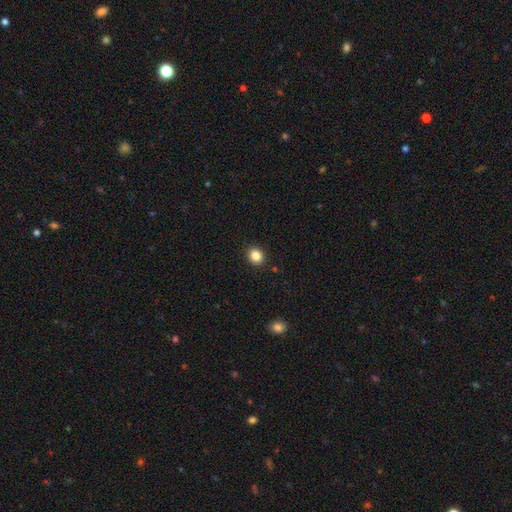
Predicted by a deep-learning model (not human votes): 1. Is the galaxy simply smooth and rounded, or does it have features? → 85% smooth, 10% star or artifact, 4% featured or disk.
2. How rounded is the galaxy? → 73% round, 26% in between, 1% cigar-shaped.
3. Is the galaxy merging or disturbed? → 91% none, 6% minor disturbance, 2% major disturbance, 1% merger.